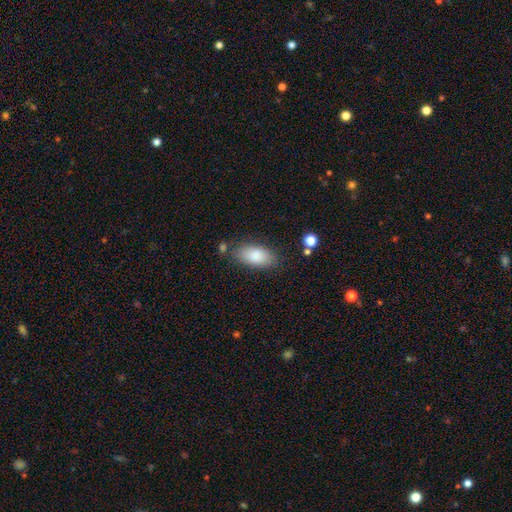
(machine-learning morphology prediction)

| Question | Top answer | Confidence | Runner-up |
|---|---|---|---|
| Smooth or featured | smooth | 86% | featured or disk (7%) |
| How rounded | in between | 91% | cigar-shaped (6%) |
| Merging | none | 78% | minor disturbance (14%) |